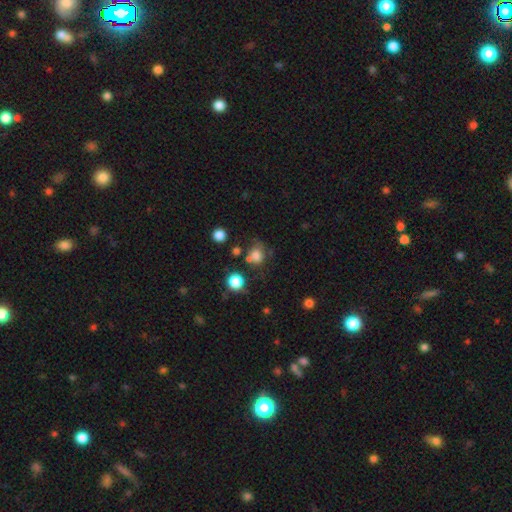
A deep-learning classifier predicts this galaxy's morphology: Smooth or featured? smooth (74%)
How rounded? round (68%)
Merging? none (51%)